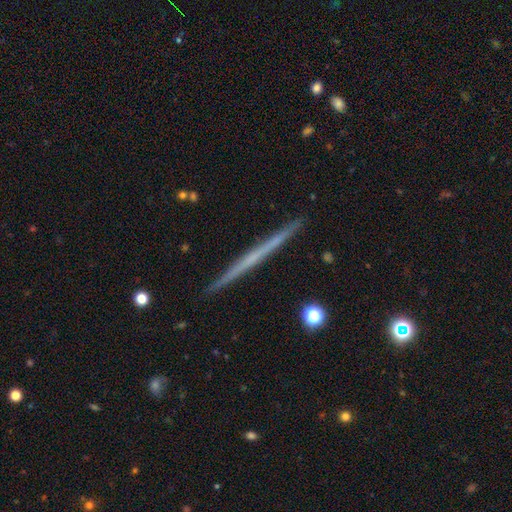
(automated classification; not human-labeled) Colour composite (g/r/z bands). It shows a featured or disk galaxy (63%) viewed edge-on (98%) with no central bulge (87%). Merging: none (92%).